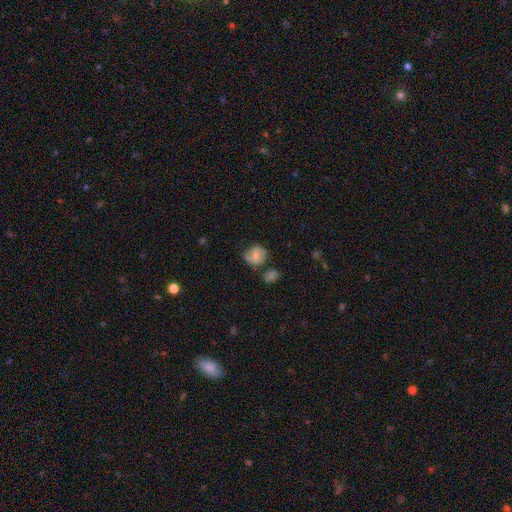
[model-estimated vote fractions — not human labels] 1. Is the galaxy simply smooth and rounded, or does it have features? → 54% smooth, 37% featured or disk, 9% star or artifact.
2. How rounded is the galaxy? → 68% round, 31% in between, 1% cigar-shaped.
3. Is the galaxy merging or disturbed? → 54% none, 27% minor disturbance, 10% major disturbance, 9% merger.